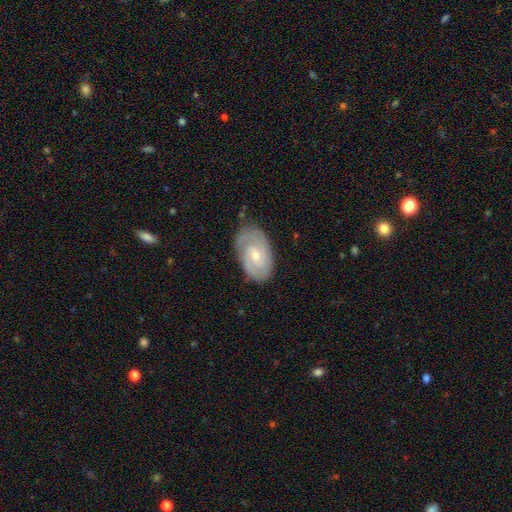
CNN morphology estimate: Smooth or featured? featured or disk (72%)
Edge-on disk? no (96%)
Bar? no (60%)
Spiral arms? yes (91%)
Spiral winding? tight (60%)
Spiral arm count? 2 (56%)
Bulge size? small (50%)
Merging? none (71%)